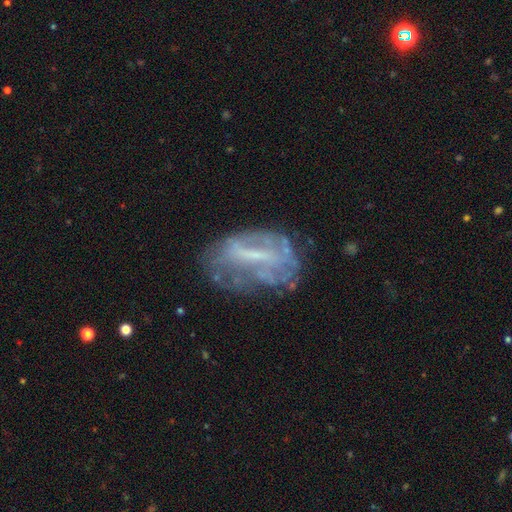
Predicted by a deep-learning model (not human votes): The model was most divided on "bar": weak: 39%, strong: 38%, no: 23%. Remaining: edge-on disk — no (93%); smooth or featured — featured or disk (68%); spiral arms — no (59%); merging — none (51%); bulge size — small (40%).